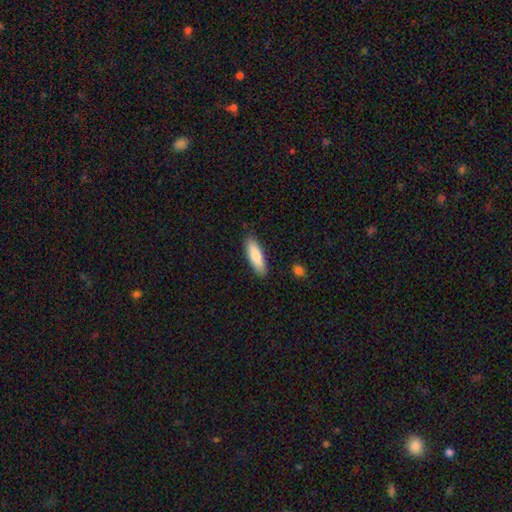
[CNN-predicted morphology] The model was most divided on "how rounded": cigar-shaped: 53%, in between: 45%, round: 2%. More confident: merging — none (88%); smooth or featured — smooth (83%).